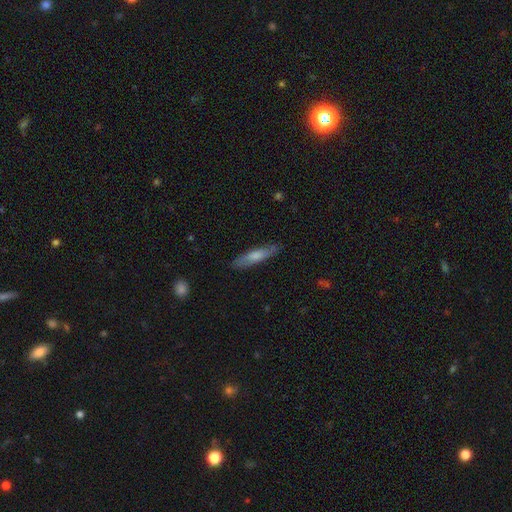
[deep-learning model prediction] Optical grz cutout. It shows a smooth galaxy with no disk features (67%) that is cigar-shaped (81%). Merging: none (84%).